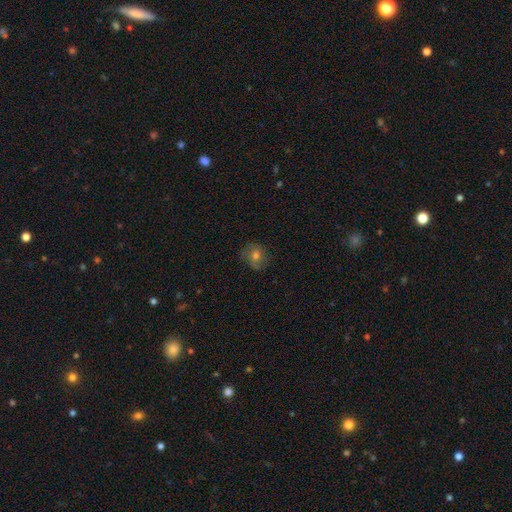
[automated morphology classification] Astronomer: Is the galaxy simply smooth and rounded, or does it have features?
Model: smooth — 56%.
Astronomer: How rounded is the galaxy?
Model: round — 77%.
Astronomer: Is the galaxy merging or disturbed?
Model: none — 73%.